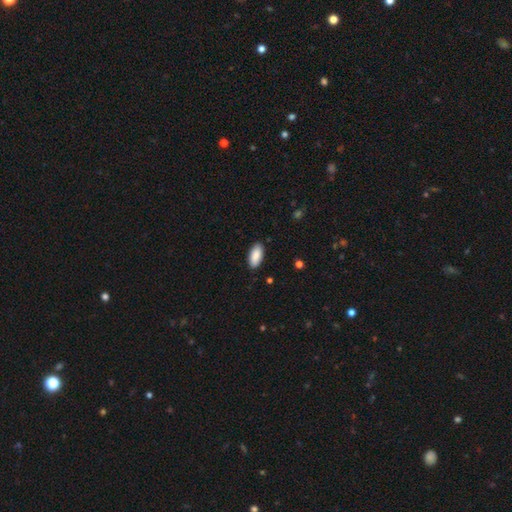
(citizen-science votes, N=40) Smooth or featured? 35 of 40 (88%) said smooth. How rounded? 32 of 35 (91%) said in between. Merging? 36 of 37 (97%) said none.